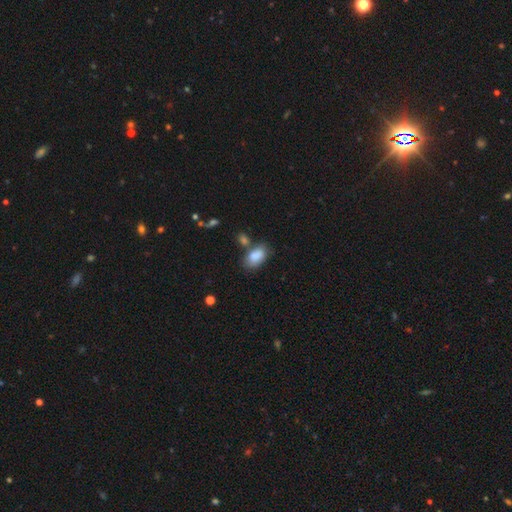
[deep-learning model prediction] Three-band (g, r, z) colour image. It shows a smooth galaxy with no disk features (86%) that is in between round and cigar-shaped (93%). Merging: none (58%).